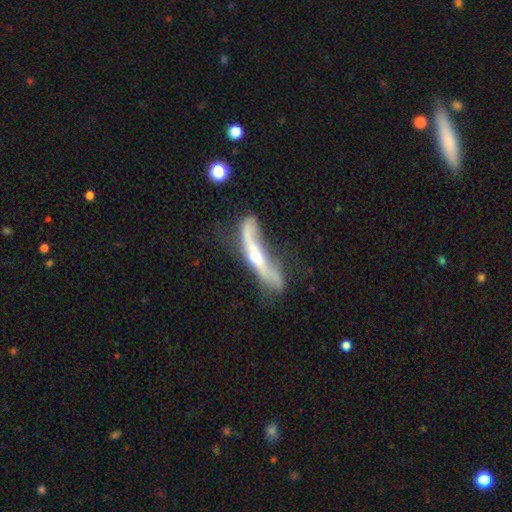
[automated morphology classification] A featured or disk galaxy (70%) viewed edge-on (69%).

Vote fractions:
- Smooth or featured? featured or disk: 70% / smooth: 24% / star or artifact: 6%
- Edge-on disk? yes: 69% / no: 31%
- Merging? none: 37% / minor disturbance: 28% / major disturbance: 27% / merger: 8%